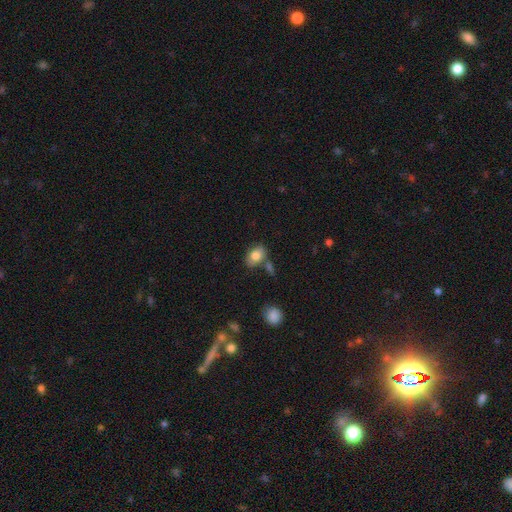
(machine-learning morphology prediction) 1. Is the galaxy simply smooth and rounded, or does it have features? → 80% smooth, 12% featured or disk, 8% star or artifact.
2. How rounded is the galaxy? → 85% in between, 14% round, 2% cigar-shaped.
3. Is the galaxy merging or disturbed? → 67% none, 16% minor disturbance, 13% merger, 4% major disturbance.